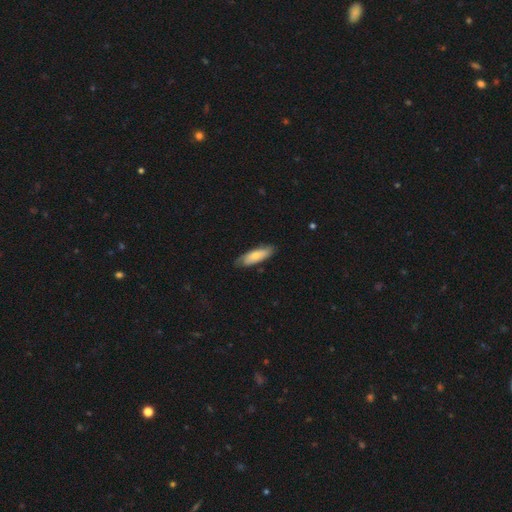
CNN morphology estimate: Smooth or featured?
  - smooth: 66% *
  - featured or disk: 29%
  - star or artifact: 5%
How rounded?
  - in between: 54% *
  - cigar-shaped: 44%
  - round: 2%
Merging?
  - none: 74% *
  - minor disturbance: 21%
  - major disturbance: 4%
  - merger: 1%